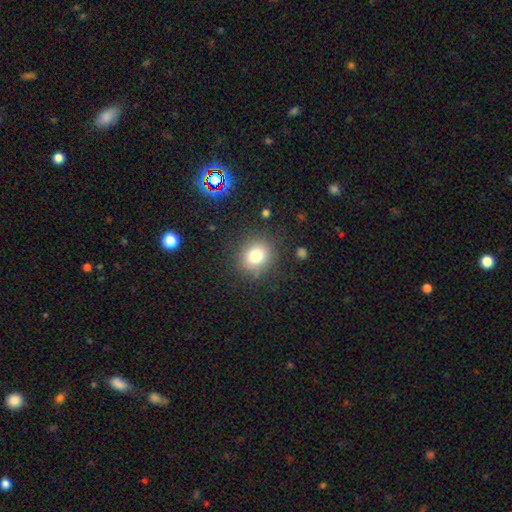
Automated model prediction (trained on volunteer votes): Q: Smooth or featured?
A: smooth (77%); runner-up: star or artifact (13%)
Q: How rounded?
A: round (79%); runner-up: in between (20%)
Q: Merging?
A: none (84%); runner-up: minor disturbance (11%)